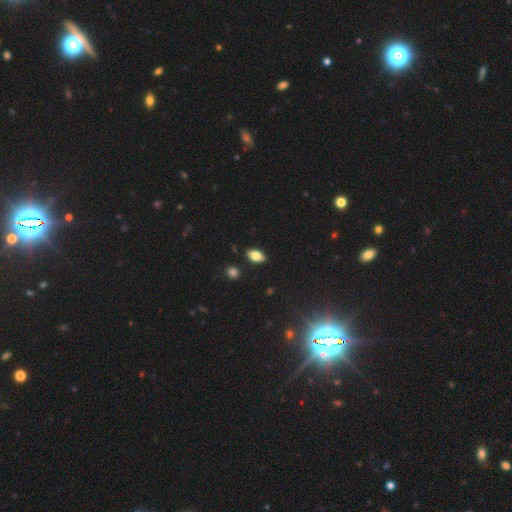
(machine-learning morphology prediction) A smooth galaxy with no disk features (80%) that is in between round and cigar-shaped (90%).

Vote fractions:
- Smooth or featured? smooth: 80% / featured or disk: 12% / star or artifact: 9%
- How rounded? in between: 90% / round: 6% / cigar-shaped: 4%
- Merging? none: 88% / minor disturbance: 9% / merger: 2% / major disturbance: 2%